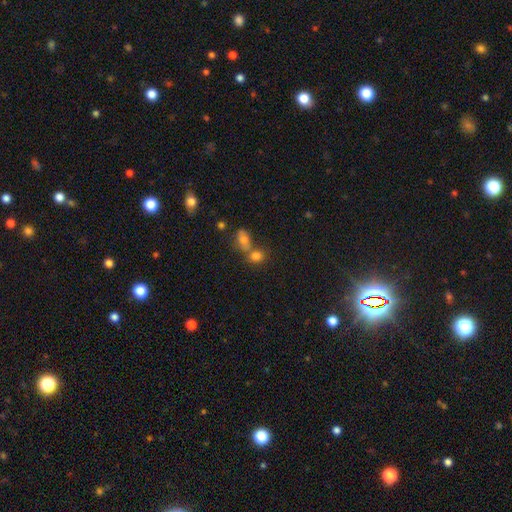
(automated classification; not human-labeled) The model was most divided on "merging": merger: 45%, none: 43%, minor disturbance: 9%, major disturbance: 4%. More confident: smooth or featured — smooth (75%); how rounded — round (63%).